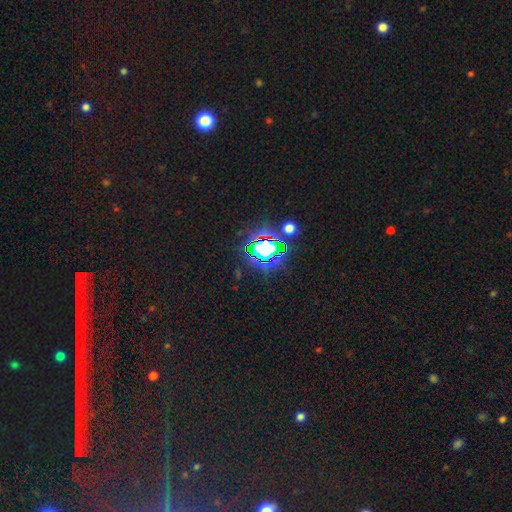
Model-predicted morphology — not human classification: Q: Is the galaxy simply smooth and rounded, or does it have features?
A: star or artifact — 82%.